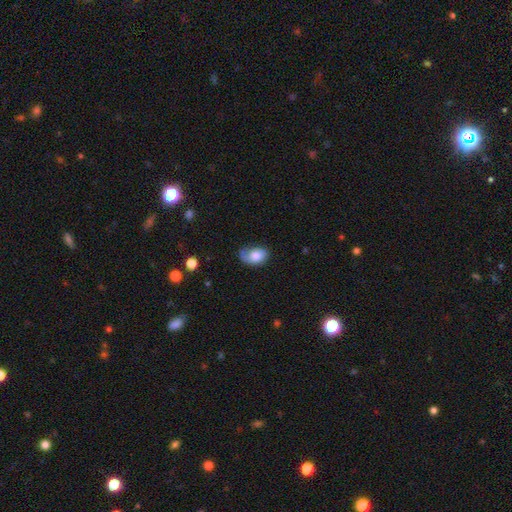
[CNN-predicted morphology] Overall: smooth (63%; featured or disk 29%). How rounded: in between (83%). Merging: none (42%; minor disturbance 31%).